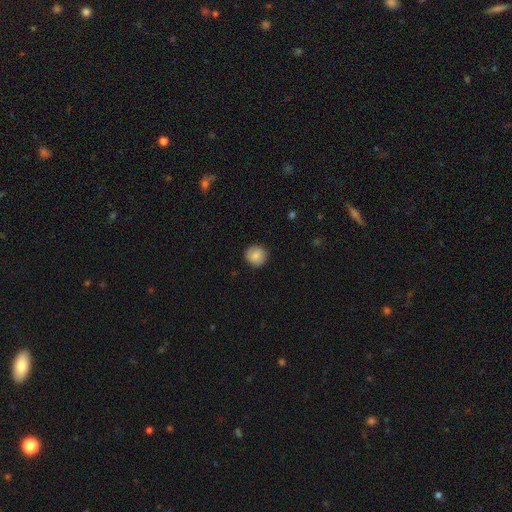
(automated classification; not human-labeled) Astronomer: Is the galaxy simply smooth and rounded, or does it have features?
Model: smooth — 82%.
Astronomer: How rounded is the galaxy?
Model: round — 91%.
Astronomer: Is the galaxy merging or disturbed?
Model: none — 87%.